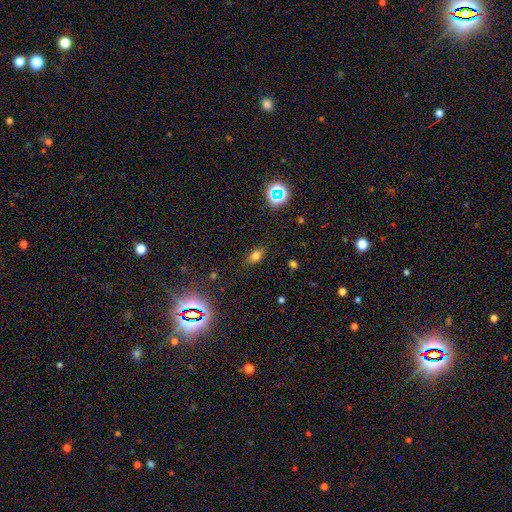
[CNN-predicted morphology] smooth_or_featured: smooth (p=0.72) [alt: star or artifact p=0.18]
how_rounded: in between (p=0.81) [alt: round p=0.15]
merging: none (p=0.83) [alt: minor disturbance p=0.13]